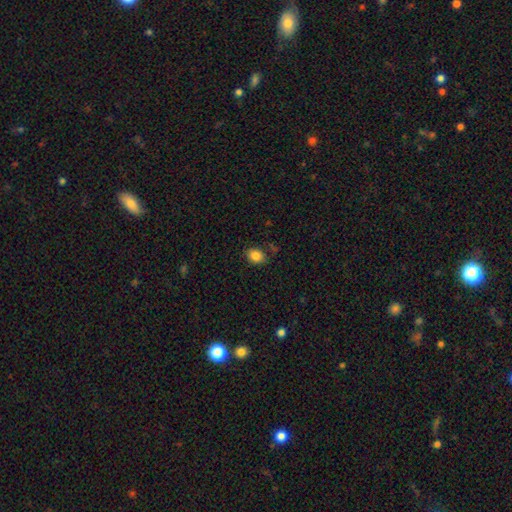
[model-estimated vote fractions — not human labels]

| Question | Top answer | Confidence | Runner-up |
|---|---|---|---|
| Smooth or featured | smooth | 85% | star or artifact (10%) |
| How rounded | in between | 57% | round (42%) |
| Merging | none | 81% | minor disturbance (13%) |